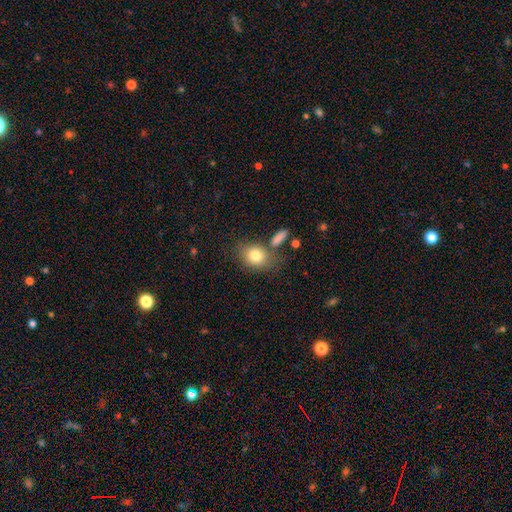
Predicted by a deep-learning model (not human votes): Smooth or featured? smooth (79%)
How rounded? in between (55%)
Merging? none (62%)